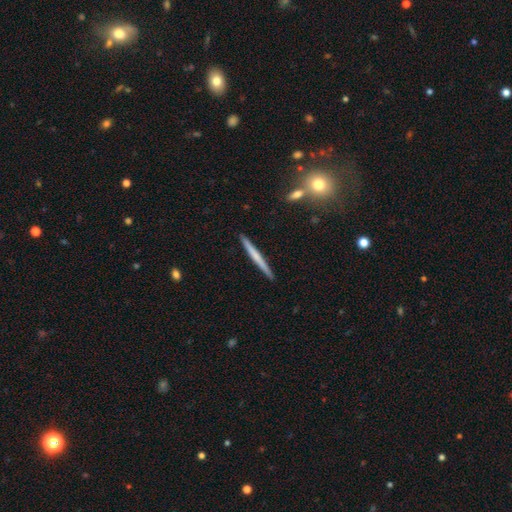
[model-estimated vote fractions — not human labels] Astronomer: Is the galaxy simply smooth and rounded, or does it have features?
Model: smooth — 51% (runner-up: featured or disk, 43%).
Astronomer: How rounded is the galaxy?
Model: cigar-shaped — 97%.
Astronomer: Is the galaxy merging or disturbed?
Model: none — 91%.